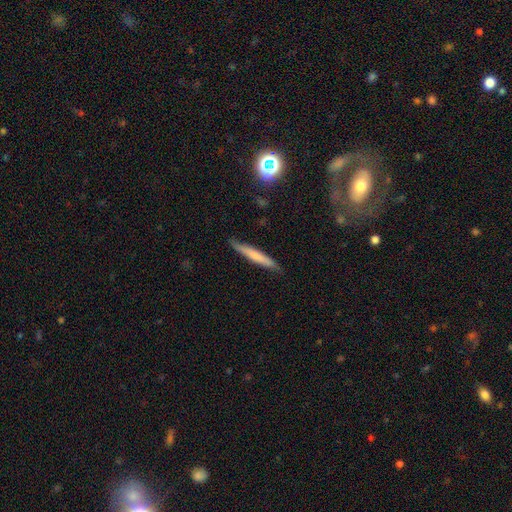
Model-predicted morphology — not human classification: smooth 61%, featured or disk 32%, star or artifact 7%. Down the decision tree: how rounded — cigar-shaped (95%); merging — none (85%).